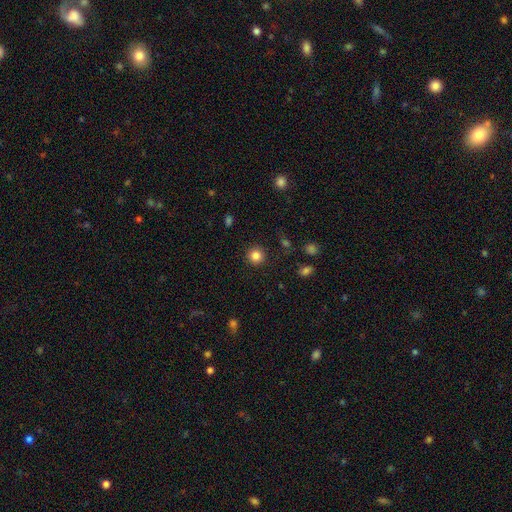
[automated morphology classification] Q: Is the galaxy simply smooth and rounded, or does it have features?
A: smooth — 84%.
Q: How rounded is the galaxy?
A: round — 94%.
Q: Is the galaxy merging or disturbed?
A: none — 90%.